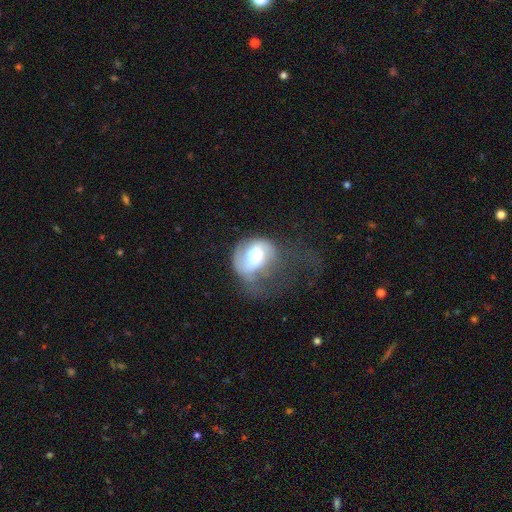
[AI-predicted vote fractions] Smooth or featured? Predicted: featured or disk (p=0.52). Edge-on disk? Predicted: no (p=0.97). Bar? Predicted: no (p=0.52). Spiral arms? Predicted: yes (p=0.72). Bulge size? Predicted: moderate (p=0.50). Merging? Predicted: major disturbance (p=0.46).